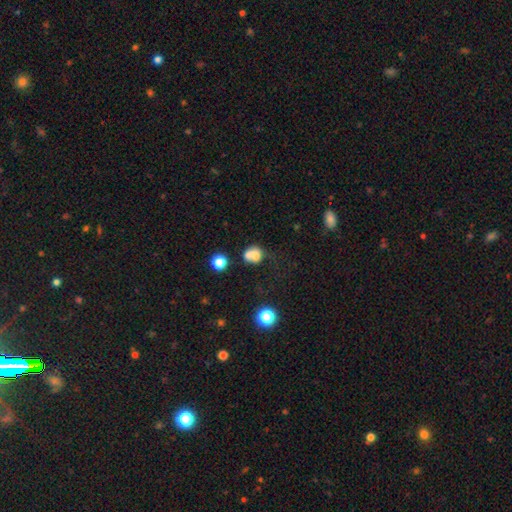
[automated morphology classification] smooth-or-featured: smooth: 71% | featured or disk: 16% | star or artifact: 13%
  how-rounded: round: 59% | in between: 39% | cigar-shaped: 1%
  merging: none: 34% | merger: 31% | minor disturbance: 20% | major disturbance: 15%